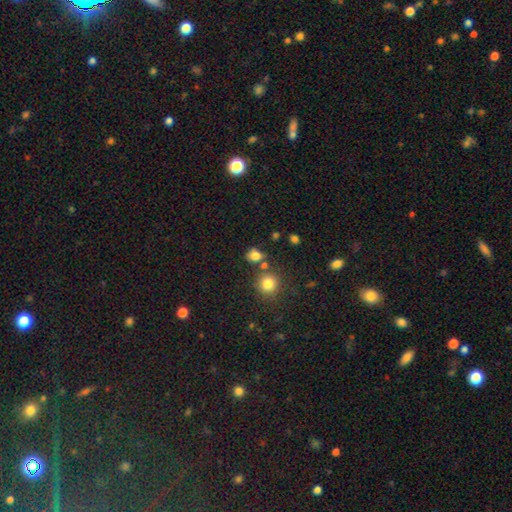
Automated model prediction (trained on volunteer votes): This appears to be a smooth galaxy with no disk features (79%) that is round (59%). Merging: none (65%).